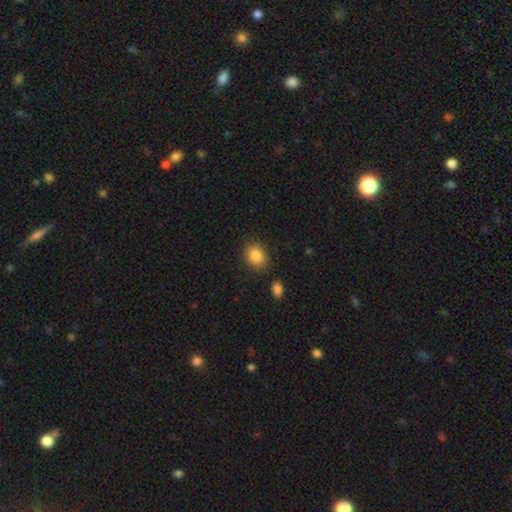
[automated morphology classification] Smooth or featured: smooth — 86% (star or artifact — 9%)
How rounded: in between — 51% (round — 48%)
Merging: none — 82% (minor disturbance — 11%)